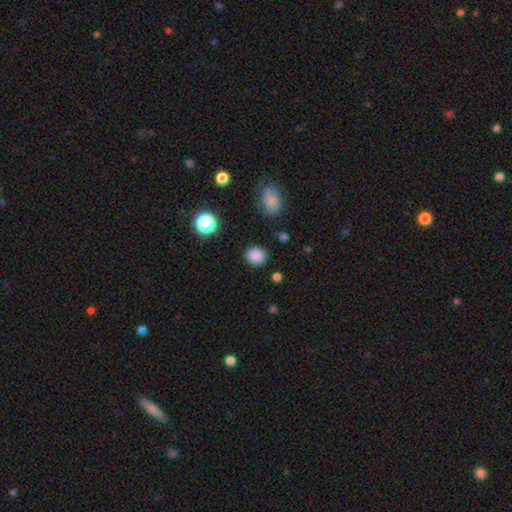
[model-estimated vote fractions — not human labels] smooth-or-featured: smooth: 84% | star or artifact: 12% | featured or disk: 4%
  how-rounded: round: 74% | in between: 25% | cigar-shaped: 1%
  merging: none: 85% | minor disturbance: 10% | major disturbance: 3% | merger: 2%